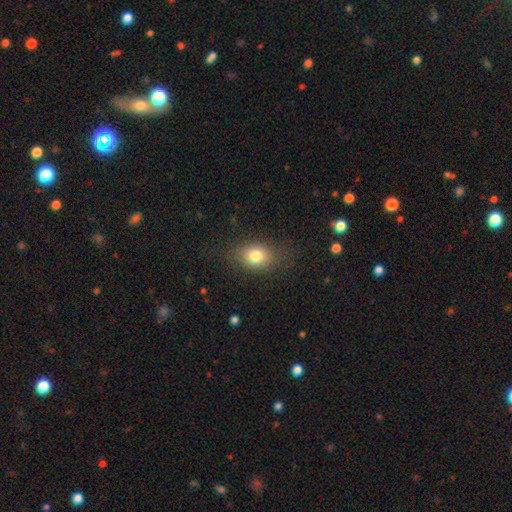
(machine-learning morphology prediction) The model was most divided on "how rounded": in between: 66%, round: 33%, cigar-shaped: 2%. More confident: smooth or featured — smooth (78%); merging — none (78%).